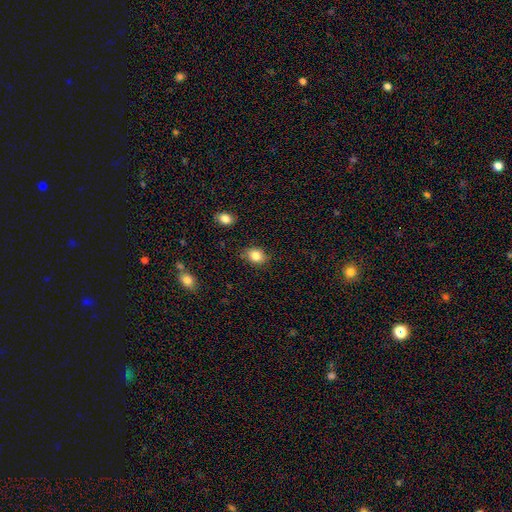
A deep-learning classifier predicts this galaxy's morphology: Smooth or featured?
  - smooth: 84% *
  - star or artifact: 9%
  - featured or disk: 7%
How rounded?
  - in between: 57% *
  - round: 42%
  - cigar-shaped: 1%
Merging?
  - none: 81% *
  - minor disturbance: 14%
  - major disturbance: 3%
  - merger: 2%